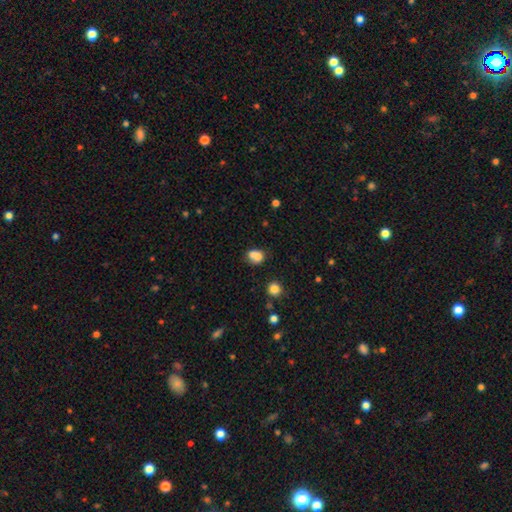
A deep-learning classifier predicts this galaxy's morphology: Overall: smooth (79%). How rounded: in between (59%; round 40%). Merging: none (46%; merger 31%).